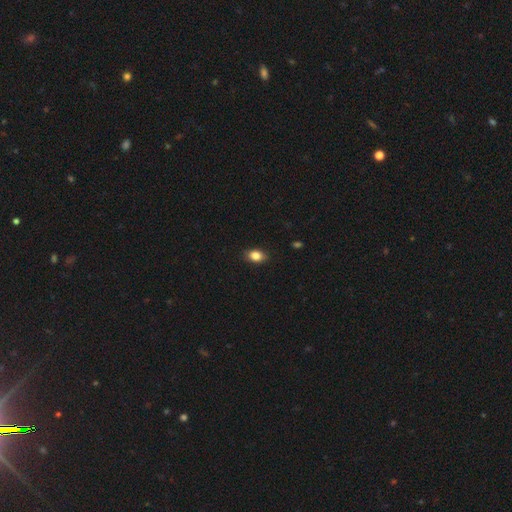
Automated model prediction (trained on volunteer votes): Smooth or featured?
  - smooth: 85% *
  - star or artifact: 9%
  - featured or disk: 6%
How rounded?
  - in between: 78% *
  - round: 20%
  - cigar-shaped: 2%
Merging?
  - none: 88% *
  - minor disturbance: 10%
  - major disturbance: 2%
  - merger: 1%